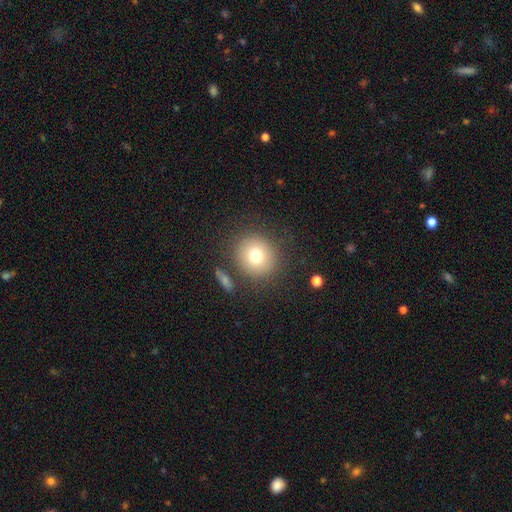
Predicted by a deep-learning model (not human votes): Q: Smooth or featured?
A: smooth (75%); runner-up: featured or disk (14%)
Q: How rounded?
A: round (89%); runner-up: in between (10%)
Q: Merging?
A: none (83%); runner-up: minor disturbance (8%)